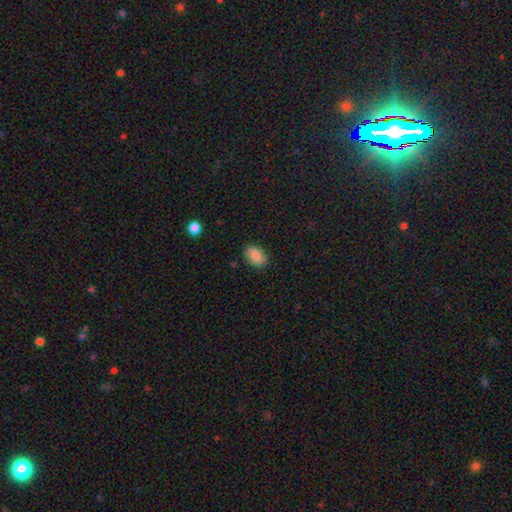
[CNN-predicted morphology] The model was most divided on "how rounded": in between: 87%, round: 11%, cigar-shaped: 1%. More confident: merging — none (87%); smooth or featured — smooth (87%).